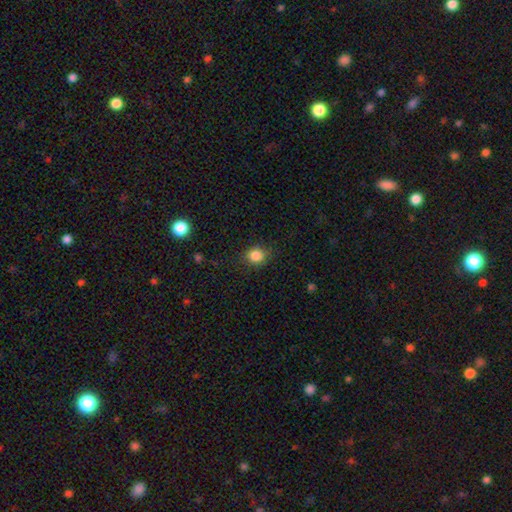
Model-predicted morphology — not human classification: This appears to be a smooth galaxy with no disk features (85%) that is round (78%). Merging: none (81%).